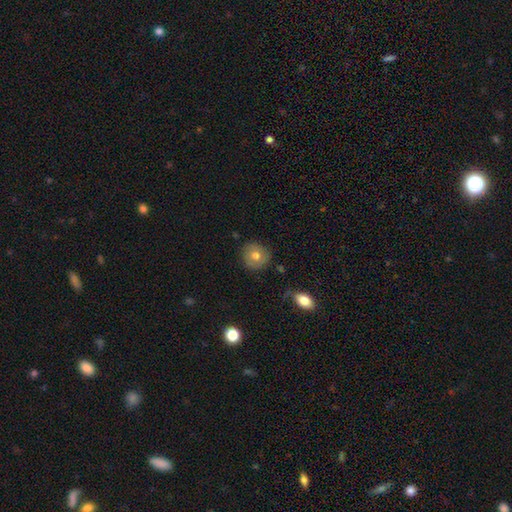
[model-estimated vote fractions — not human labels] Smooth or featured? smooth (71%)
How rounded? round (90%)
Merging? none (83%)